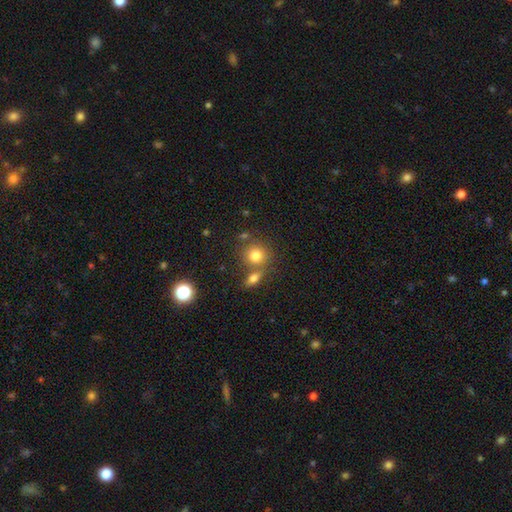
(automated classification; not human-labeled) A smooth galaxy with no disk features (78%) that is round (83%).

Vote fractions:
- Smooth or featured? smooth: 78% / star or artifact: 12% / featured or disk: 11%
- How rounded? round: 83% / in between: 16% / cigar-shaped: 1%
- Merging? none: 59% / merger: 28% / minor disturbance: 9% / major disturbance: 3%